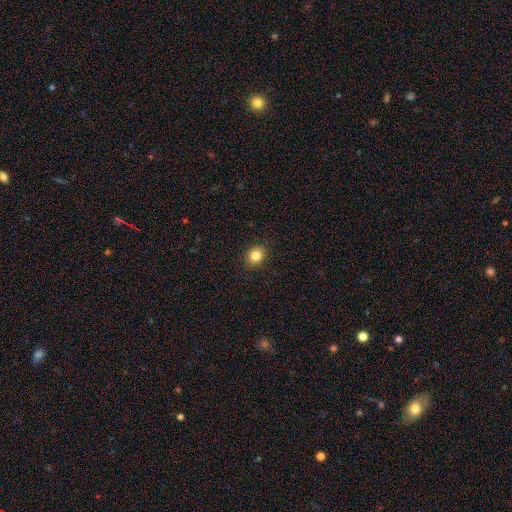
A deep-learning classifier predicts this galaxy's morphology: This is clearly a smooth galaxy (84%). How rounded: likely round (61%). Merging: clearly none (91%).